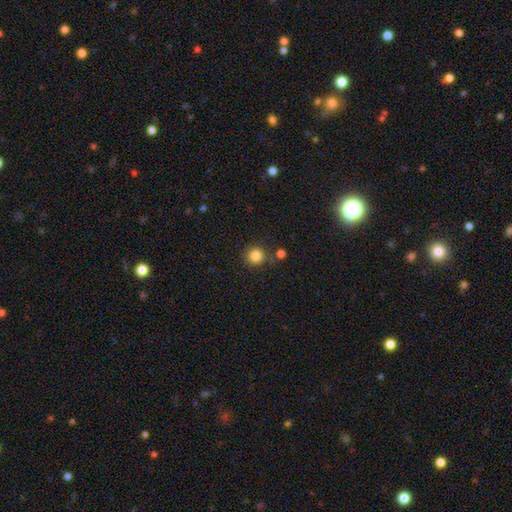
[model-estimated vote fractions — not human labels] Overall: smooth (84%). How rounded: round (92%). Merging: none (79%).